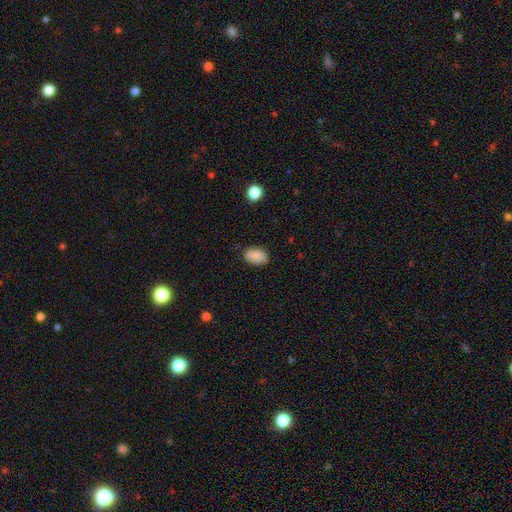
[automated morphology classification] Smooth or featured: smooth — 85% (star or artifact — 8%)
How rounded: in between — 87% (round — 12%)
Merging: none — 78% (minor disturbance — 16%)